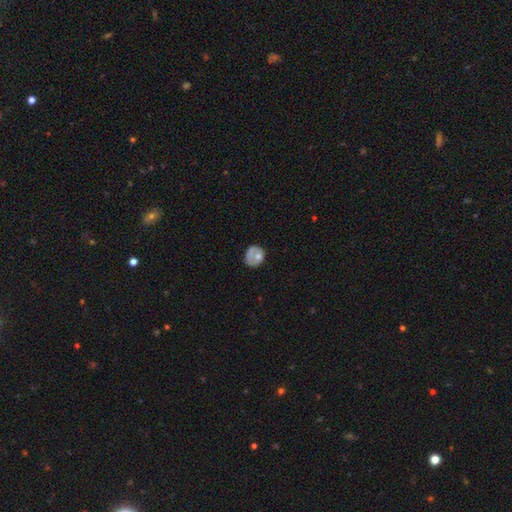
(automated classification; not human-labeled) Q: Smooth or featured?
A: smooth (60%); runner-up: featured or disk (32%)
Q: How rounded?
A: round (66%); runner-up: in between (33%)
Q: Merging?
A: none (47%); runner-up: minor disturbance (27%)